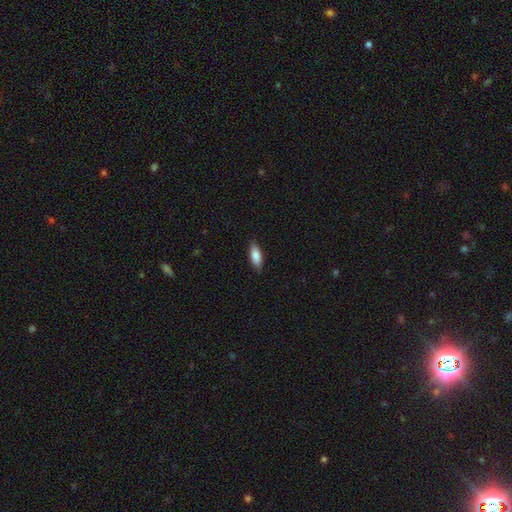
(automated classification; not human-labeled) Smooth or featured?
  - smooth: 85% *
  - featured or disk: 9%
  - star or artifact: 6%
How rounded?
  - in between: 72% *
  - cigar-shaped: 26%
  - round: 2%
Merging?
  - none: 86% *
  - minor disturbance: 11%
  - major disturbance: 2%
  - merger: 1%